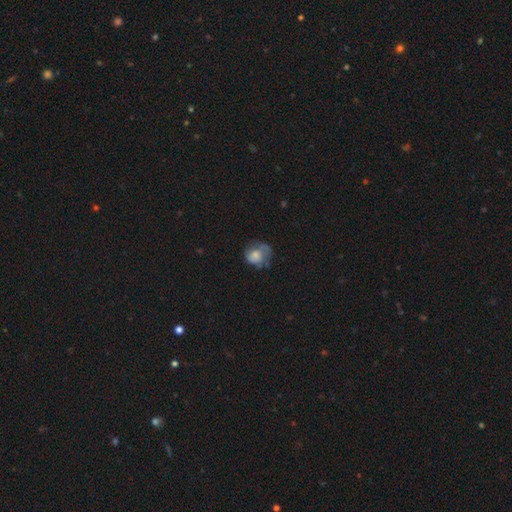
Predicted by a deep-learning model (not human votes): Smooth or featured?
  - smooth: 56% *
  - featured or disk: 35%
  - star or artifact: 9%
How rounded?
  - round: 64% *
  - in between: 35%
  - cigar-shaped: 1%
Merging?
  - none: 41% *
  - minor disturbance: 31%
  - major disturbance: 26%
  - merger: 3%